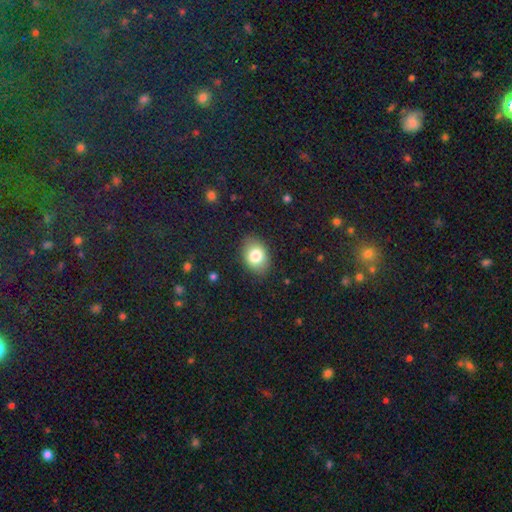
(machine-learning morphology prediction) Smooth or featured: smooth — 81% (featured or disk — 11%)
How rounded: in between — 72% (round — 27%)
Merging: none — 85% (minor disturbance — 11%)